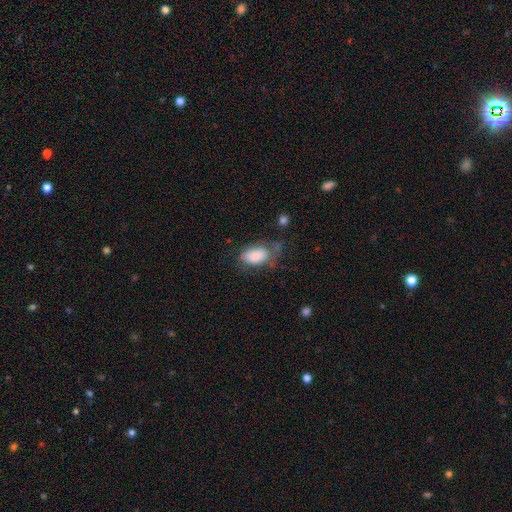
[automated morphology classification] Smooth or featured? smooth (82%)
How rounded? in between (92%)
Merging? none (48%)